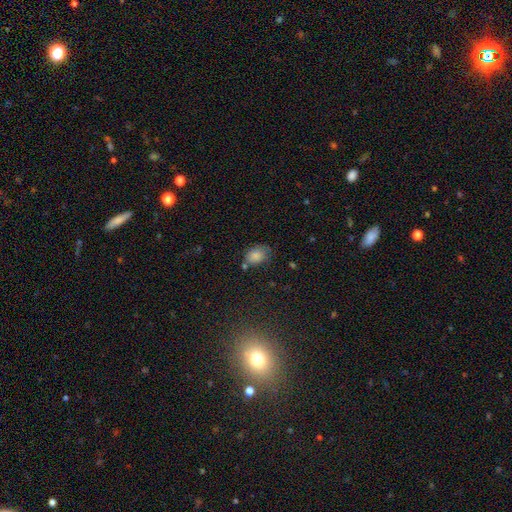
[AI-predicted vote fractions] Overall: smooth (83%). How rounded: in between (69%; round 29%). Merging: none (62%; minor disturbance 25%).